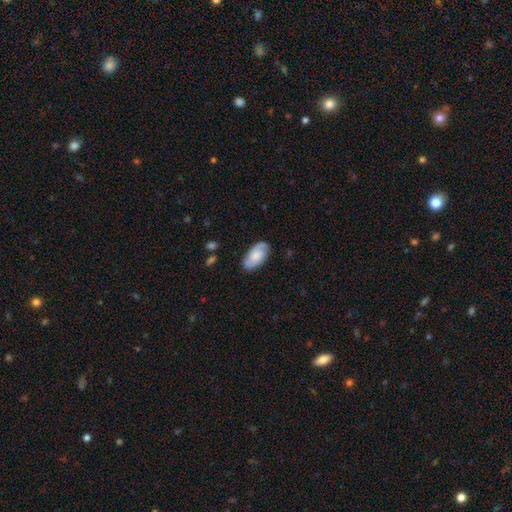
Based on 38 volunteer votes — Smooth or featured? 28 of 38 (74%) said featured or disk. Edge-on disk? 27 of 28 (96%) said no. Bar? 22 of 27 (81%) said no. Spiral arms? 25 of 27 (93%) said yes. Spiral winding? 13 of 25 (52%) said medium. Spiral arm count? 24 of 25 (96%) said 2. Bulge size? 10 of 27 (37%) said small. Merging? 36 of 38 (95%) said none.